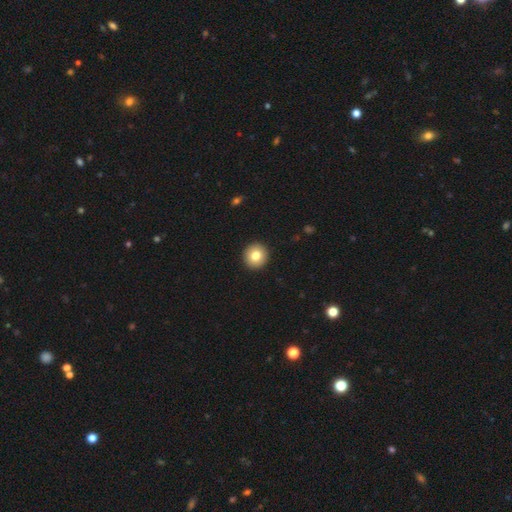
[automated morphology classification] Smooth or featured? smooth (80%)
How rounded? round (94%)
Merging? none (94%)